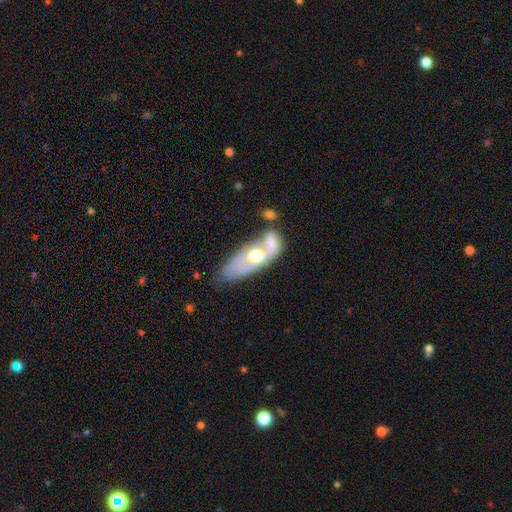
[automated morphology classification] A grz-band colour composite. It shows a featured or disk galaxy (59%). Merging: merger (44%).